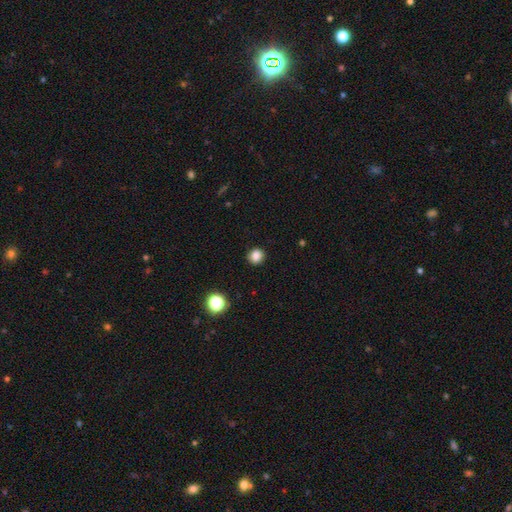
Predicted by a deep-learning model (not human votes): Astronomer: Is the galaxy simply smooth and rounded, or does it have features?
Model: smooth — 84%.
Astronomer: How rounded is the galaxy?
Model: round — 85%.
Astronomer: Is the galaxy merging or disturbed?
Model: none — 90%.